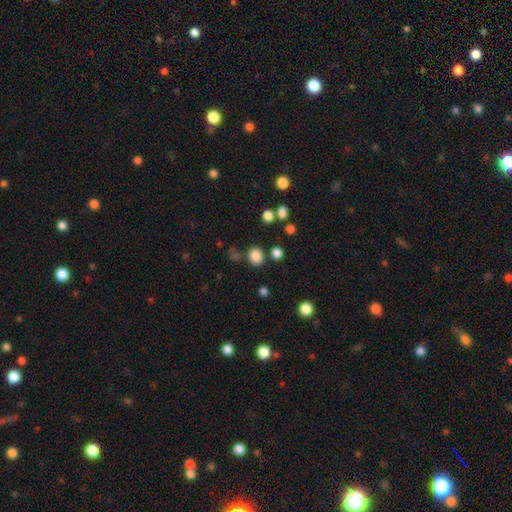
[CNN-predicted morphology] This appears to be a smooth galaxy with no disk features (82%) that is round (68%). Merging: none (78%).